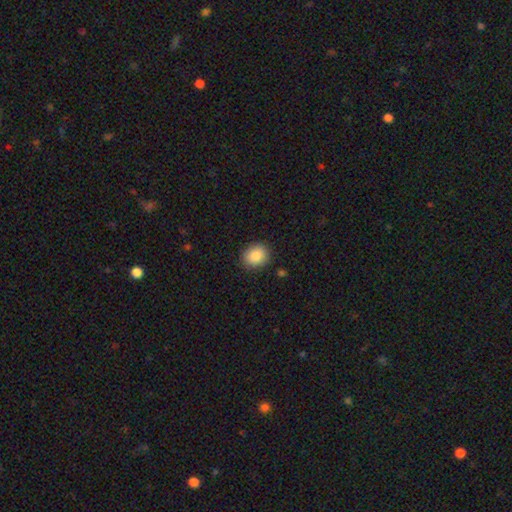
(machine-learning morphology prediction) This is clearly a smooth galaxy (88%). How rounded: likely round (61%). Merging: clearly none (88%).